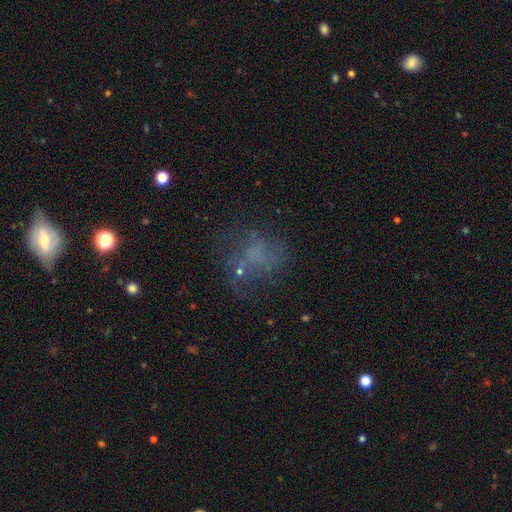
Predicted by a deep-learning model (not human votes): Morphology: type=smooth (37%); merging=none (49%).